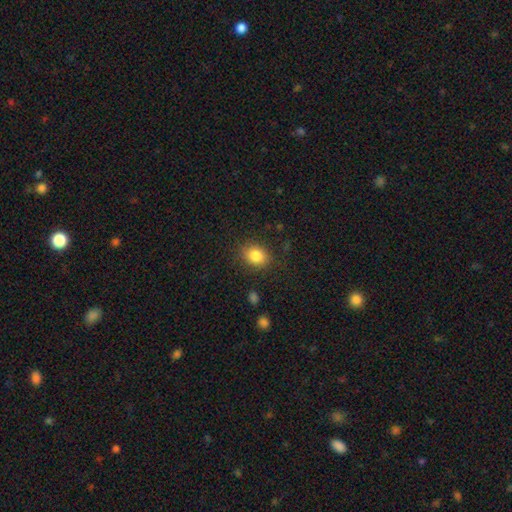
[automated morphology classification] smooth-or-featured: smooth: 84% | star or artifact: 10% | featured or disk: 7%
  how-rounded: round: 51% | in between: 48% | cigar-shaped: 1%
  merging: none: 84% | minor disturbance: 11% | major disturbance: 4% | merger: 1%